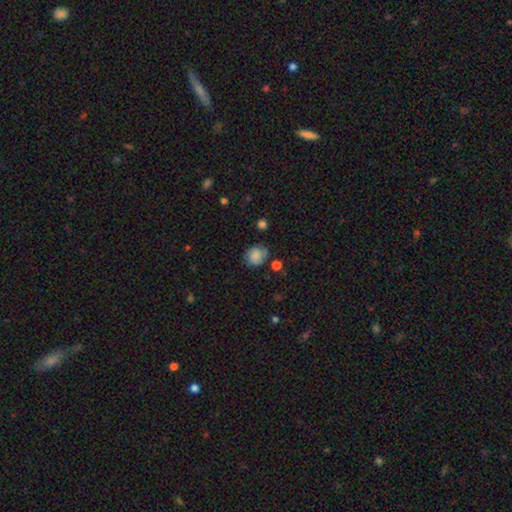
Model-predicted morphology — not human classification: Smooth or featured?
  - smooth: 79% *
  - featured or disk: 11%
  - star or artifact: 9%
How rounded?
  - round: 72% *
  - in between: 27%
  - cigar-shaped: 1%
Merging?
  - none: 68% *
  - minor disturbance: 22%
  - major disturbance: 6%
  - merger: 4%